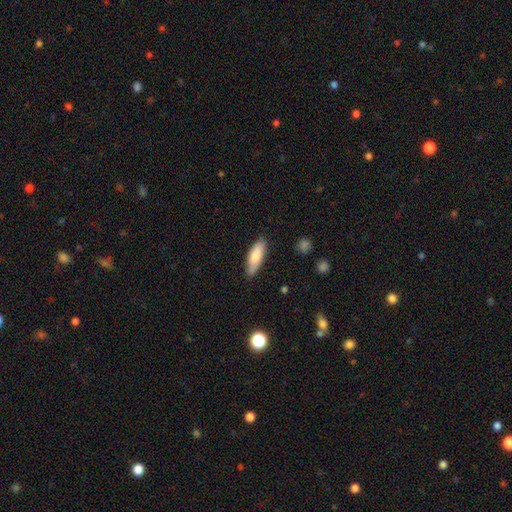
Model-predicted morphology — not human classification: smooth_or_featured: smooth (p=0.81) [alt: featured or disk p=0.13]
how_rounded: in between (p=0.59) [alt: cigar-shaped p=0.39]
merging: none (p=0.82) [alt: minor disturbance p=0.14]